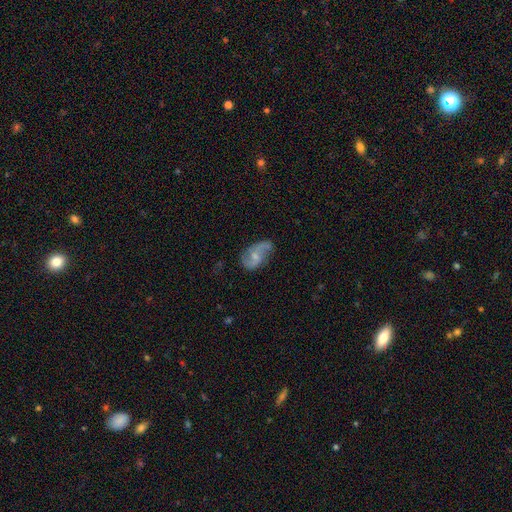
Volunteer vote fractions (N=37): Smooth or featured?
  - featured or disk: 78% *
  - smooth: 19%
  - star or artifact: 3%
Edge-on disk?
  - no: 100% *
  - yes: 0%
Bar?
  - weak: 72% *
  - no: 28%
  - strong: 0%
Spiral arms?
  - yes: 100% *
  - no: 0%
Spiral winding?
  - loose: 52% *
  - medium: 45%
  - tight: 3%
Spiral arm count?
  - 2: 86% *
  - 1: 3%
  - 3: 3%
  - 4: 3%
  - can't tell: 3%
  - more than 4: 0%
Bulge size?
  - small: 55% *
  - moderate: 34%
  - none: 10%
  - dominant: 0%
  - large: 0%
Merging?
  - none: 58% *
  - minor disturbance: 28%
  - major disturbance: 14%
  - merger: 0%